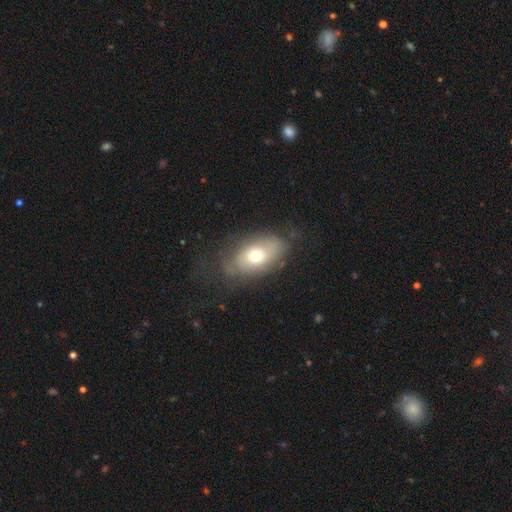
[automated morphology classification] Smooth or featured?
  - smooth: 64% *
  - featured or disk: 27%
  - star or artifact: 9%
How rounded?
  - in between: 88% *
  - round: 9%
  - cigar-shaped: 2%
Merging?
  - none: 65% *
  - minor disturbance: 22%
  - major disturbance: 10%
  - merger: 2%